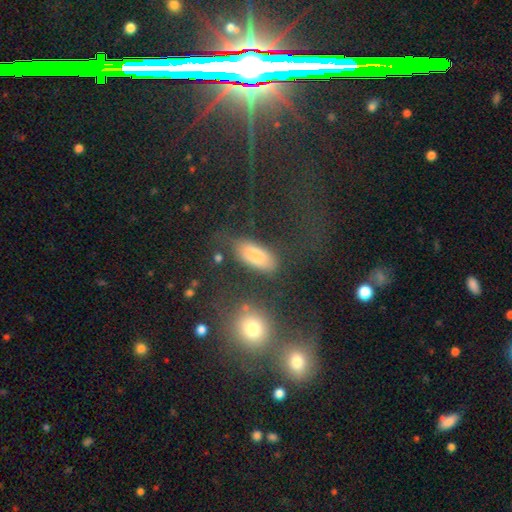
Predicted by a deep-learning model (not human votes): The model was most divided on "merging": none: 66%, minor disturbance: 19%, major disturbance: 10%, merger: 6%. More confident: how rounded — in between (82%); smooth or featured — smooth (78%).